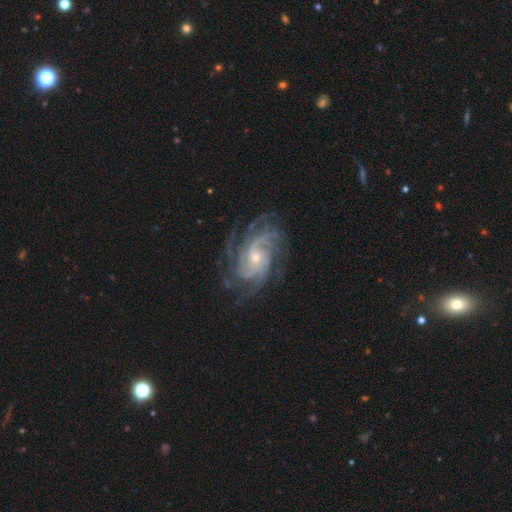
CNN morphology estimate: Overall: featured or disk (89%). Edge-on disk: no (97%). Bar: no (65%; weak 27%). Spiral arms: yes (98%). Spiral arm count: 4 (27%; can't tell 20%). Spiral winding: tight (61%; medium 32%). Bulge size: small (59%; moderate 37%). Merging: none (77%).